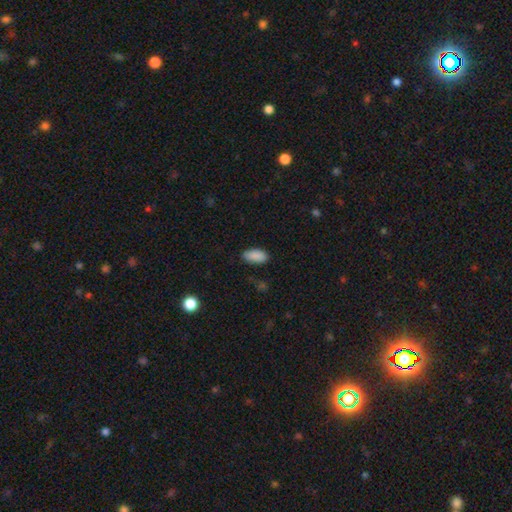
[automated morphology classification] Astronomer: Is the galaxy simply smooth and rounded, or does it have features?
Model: smooth — 89%.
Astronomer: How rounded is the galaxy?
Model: in between — 91%.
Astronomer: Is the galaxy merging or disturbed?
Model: none — 85%.